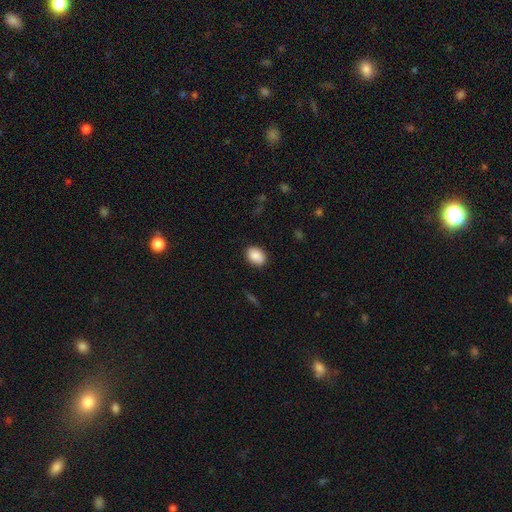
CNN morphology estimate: Overall: smooth (88%). How rounded: in between (76%). Merging: none (85%).